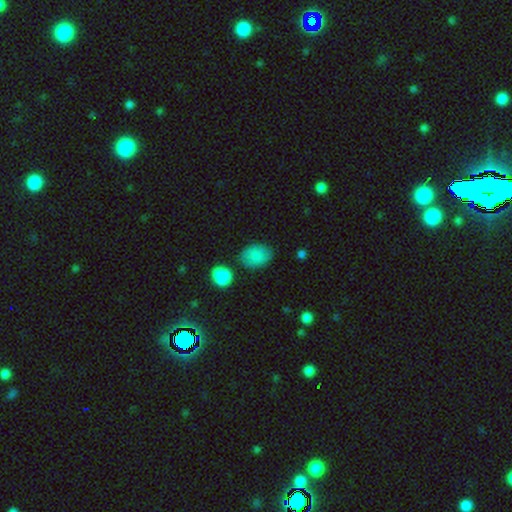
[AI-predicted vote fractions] Smooth or featured?
  - smooth: 82% *
  - featured or disk: 10%
  - star or artifact: 8%
How rounded?
  - in between: 72% *
  - round: 27%
  - cigar-shaped: 1%
Merging?
  - none: 73% *
  - minor disturbance: 19%
  - major disturbance: 5%
  - merger: 4%